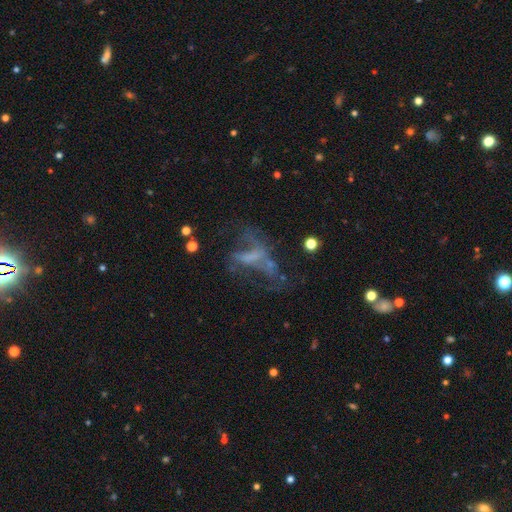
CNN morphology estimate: The model was most divided on "merging": major disturbance: 40%, none: 35%, minor disturbance: 16%, merger: 9%. More confident: edge-on disk — no (88%); smooth or featured — featured or disk (52%).